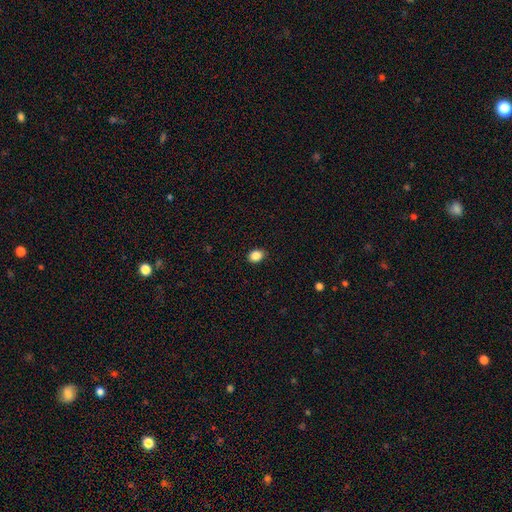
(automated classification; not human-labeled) Smooth or featured: smooth — 87% (star or artifact — 10%)
How rounded: in between — 58% (round — 41%)
Merging: none — 89% (minor disturbance — 8%)